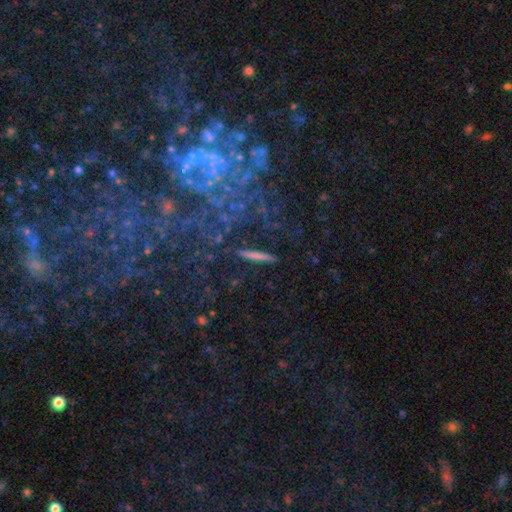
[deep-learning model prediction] Smooth or featured: smooth — 45% (featured or disk — 38%)
Merging: none — 85% (minor disturbance — 10%)